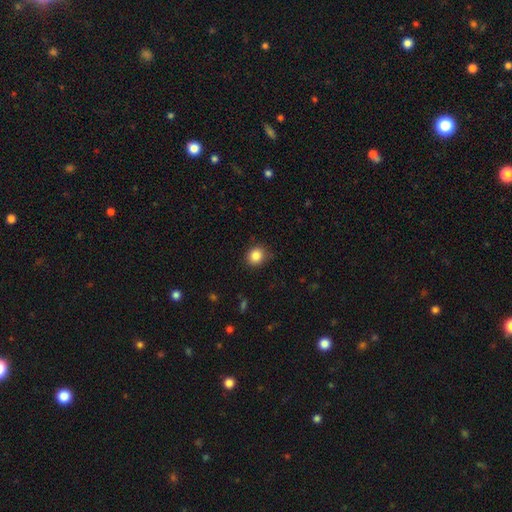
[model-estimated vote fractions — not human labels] Q: Smooth or featured?
A: smooth (85%); runner-up: star or artifact (10%)
Q: How rounded?
A: round (81%); runner-up: in between (18%)
Q: Merging?
A: none (83%); runner-up: minor disturbance (13%)